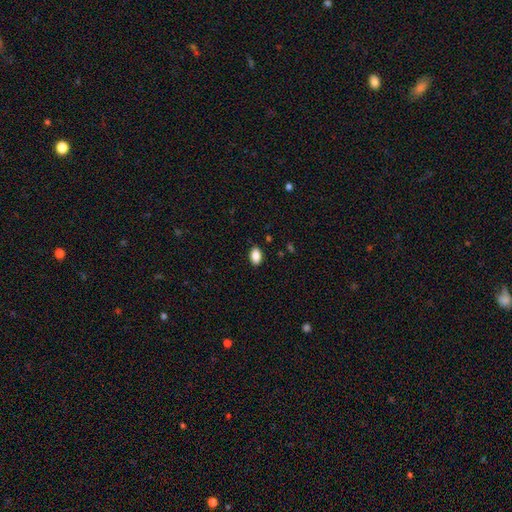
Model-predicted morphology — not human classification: Q: Smooth or featured?
A: smooth (88%); runner-up: star or artifact (8%)
Q: How rounded?
A: in between (91%); runner-up: round (7%)
Q: Merging?
A: none (88%); runner-up: minor disturbance (9%)